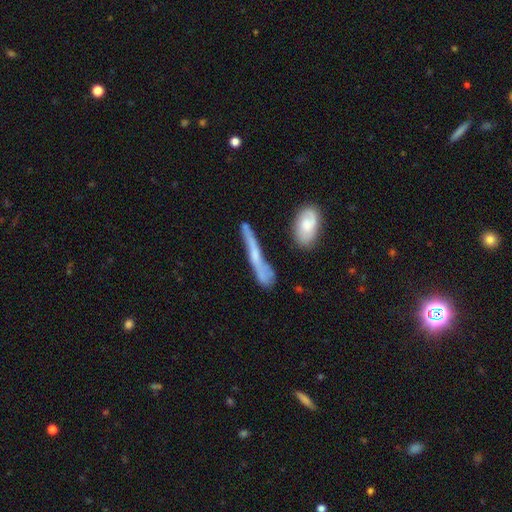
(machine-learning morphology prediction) A featured or disk galaxy (50%). Merging: none (59%).